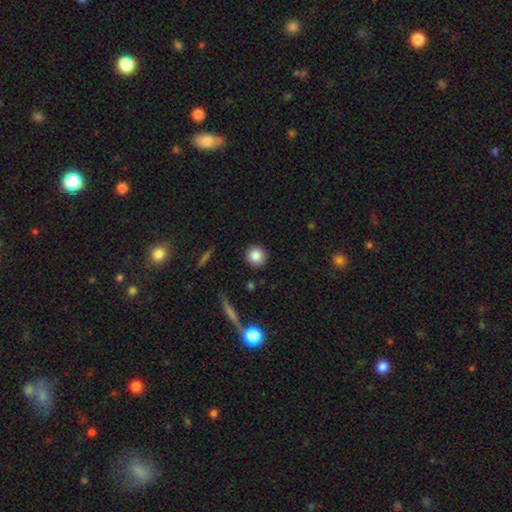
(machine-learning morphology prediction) A smooth galaxy with no disk features (86%) that is round (93%). Merging: none (91%).